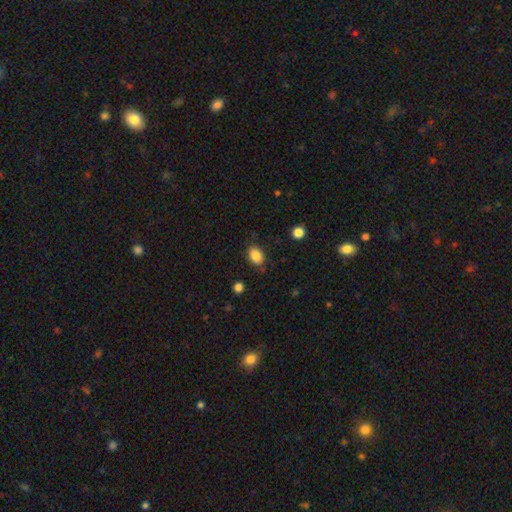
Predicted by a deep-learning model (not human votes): Q: Smooth or featured?
A: smooth (86%); runner-up: star or artifact (9%)
Q: How rounded?
A: in between (77%); runner-up: round (22%)
Q: Merging?
A: none (82%); runner-up: minor disturbance (13%)